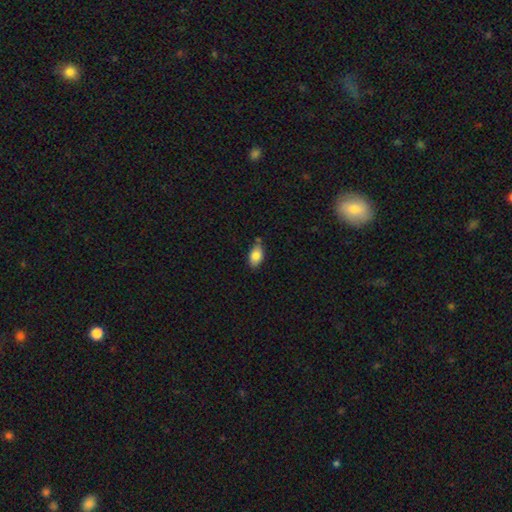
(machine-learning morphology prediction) This is clearly a smooth galaxy (83%). How rounded: clearly in between (90%). Merging: likely none (69%).